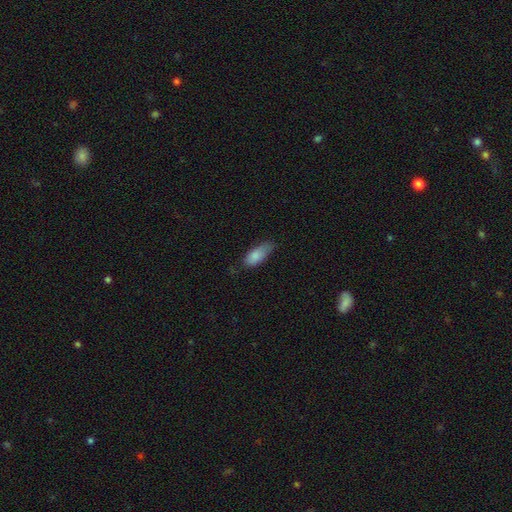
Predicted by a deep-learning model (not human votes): This appears to be a smooth galaxy with no disk features (85%) that is in between round and cigar-shaped (81%). Merging: none (53%).